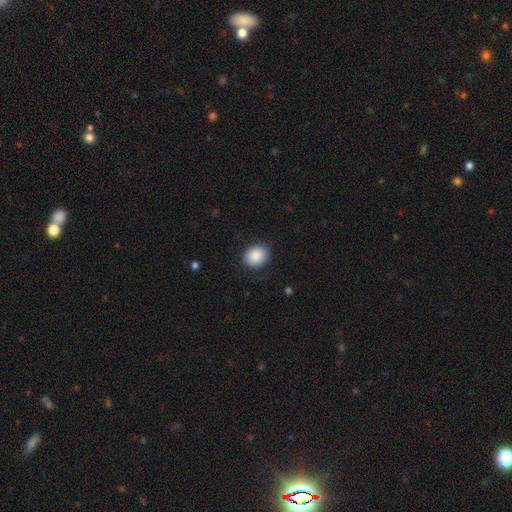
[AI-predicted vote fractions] smooth 89%, star or artifact 7%, featured or disk 4%. Down the decision tree: how rounded — round (55%); merging — none (86%).